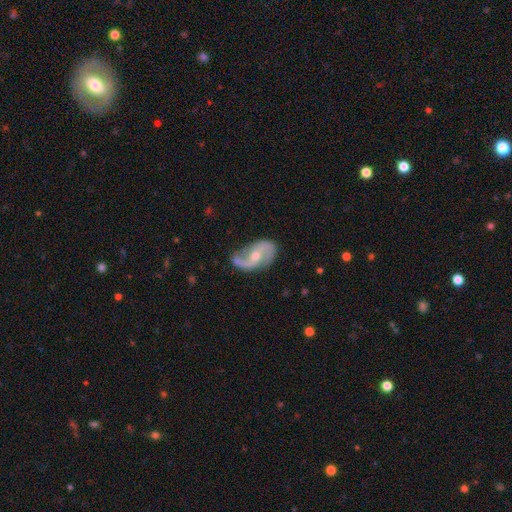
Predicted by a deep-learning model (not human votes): Overall: featured or disk (84%). Edge-on disk: no (97%). Bar: no (42%; weak 40%). Spiral arms: yes (94%). Spiral arm count: 2 (86%). Spiral winding: loose (65%; medium 27%). Bulge size: moderate (51%; small 45%). Merging: none (61%; minor disturbance 24%).